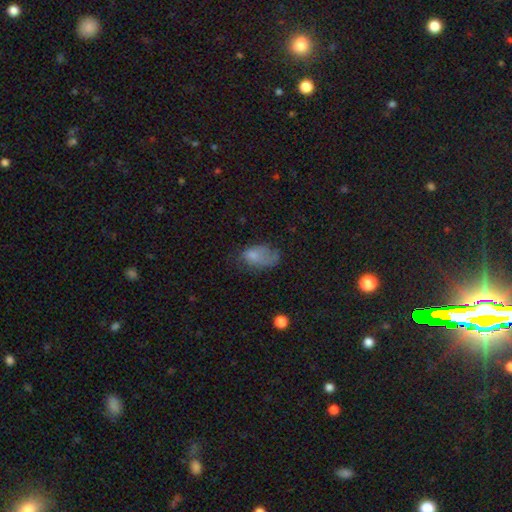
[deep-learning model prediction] This is likely a smooth galaxy (70%). How rounded: clearly in between (89%). Merging: marginally none (33%).